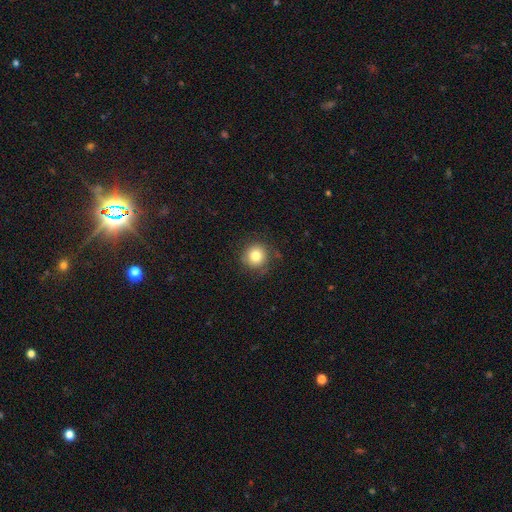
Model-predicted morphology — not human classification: smooth-or-featured: smooth: 81% | star or artifact: 10% | featured or disk: 9%
  how-rounded: round: 91% | in between: 8% | cigar-shaped: 1%
  merging: none: 80% | minor disturbance: 14% | major disturbance: 4% | merger: 1%